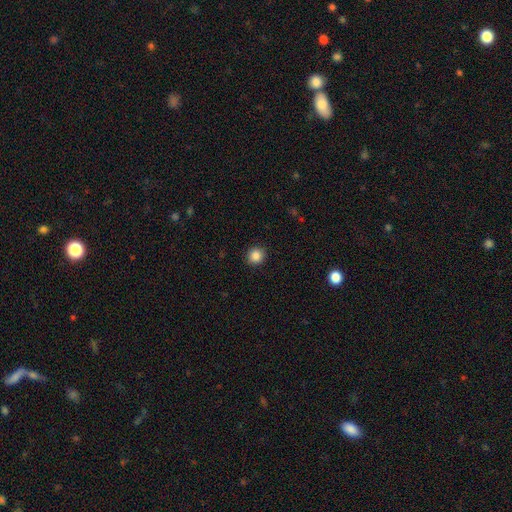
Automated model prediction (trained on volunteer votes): smooth_or_featured: smooth (p=0.86) [alt: star or artifact p=0.10]
how_rounded: round (p=0.92) [alt: in between p=0.07]
merging: none (p=0.92) [alt: minor disturbance p=0.05]